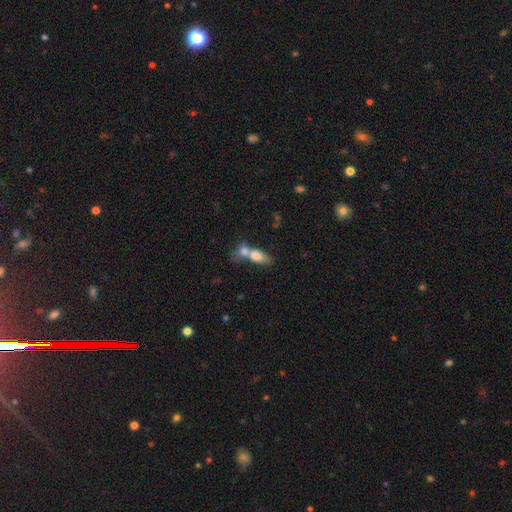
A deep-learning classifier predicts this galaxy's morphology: A smooth galaxy with no disk features (75%) that is in between round and cigar-shaped (81%).

Vote fractions:
- Smooth or featured? smooth: 75% / featured or disk: 17% / star or artifact: 8%
- How rounded? in between: 81% / cigar-shaped: 11% / round: 8%
- Merging? merger: 67% / none: 20% / minor disturbance: 8% / major disturbance: 6%